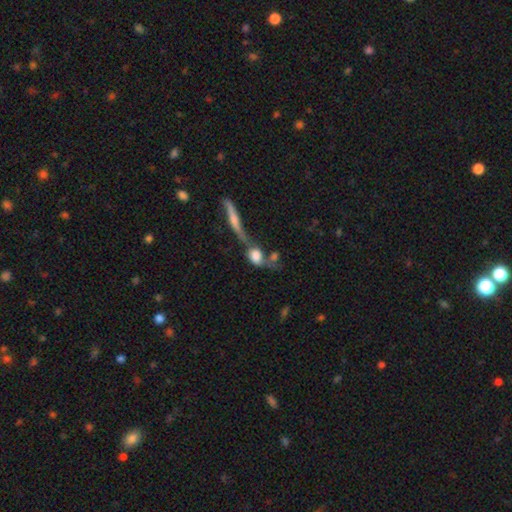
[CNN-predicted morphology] type=smooth (63%); roundness=in between (55%); merging=merger (51%).